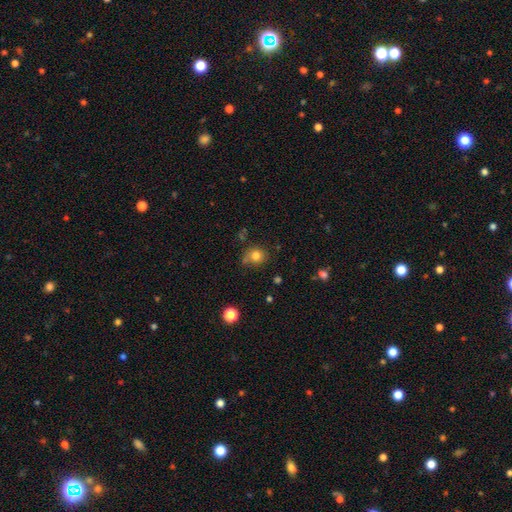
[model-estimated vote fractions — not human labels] smooth-or-featured: smooth: 80% | star or artifact: 13% | featured or disk: 7%
  how-rounded: round: 80% | in between: 19% | cigar-shaped: 1%
  merging: none: 65% | minor disturbance: 19% | merger: 9% | major disturbance: 6%